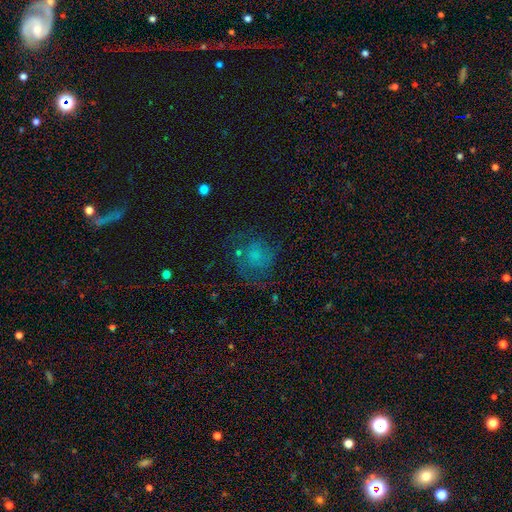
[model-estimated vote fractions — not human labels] Smooth or featured?
  - smooth: 51% *
  - featured or disk: 34%
  - star or artifact: 15%
How rounded?
  - round: 78% *
  - in between: 21%
  - cigar-shaped: 1%
Merging?
  - none: 57% *
  - minor disturbance: 21%
  - major disturbance: 19%
  - merger: 3%